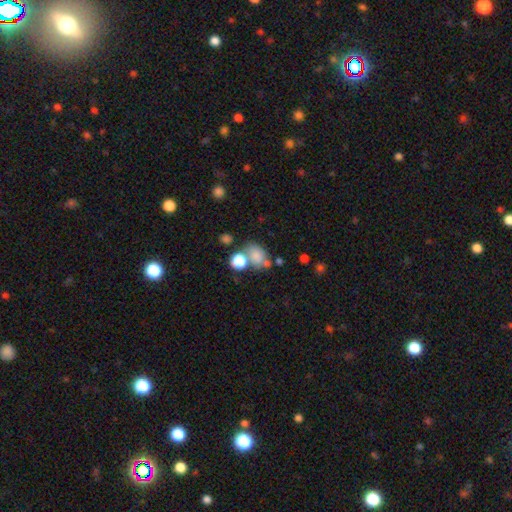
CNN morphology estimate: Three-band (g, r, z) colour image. It shows a smooth galaxy with no disk features (77%) that is in between round and cigar-shaped (61%). Merging: none (46%).